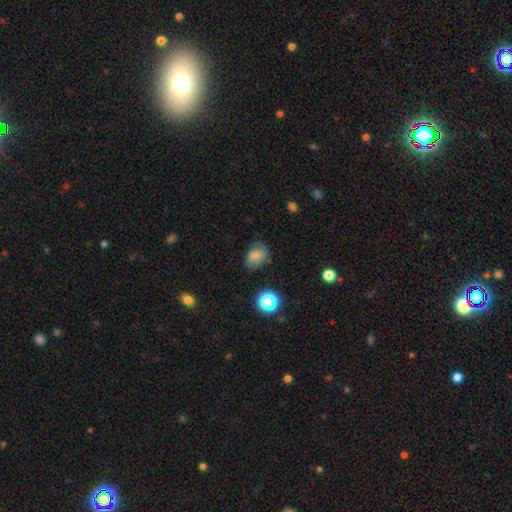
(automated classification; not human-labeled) A smooth galaxy with no disk features (73%) that is in between round and cigar-shaped (66%). Merging: none (61%).